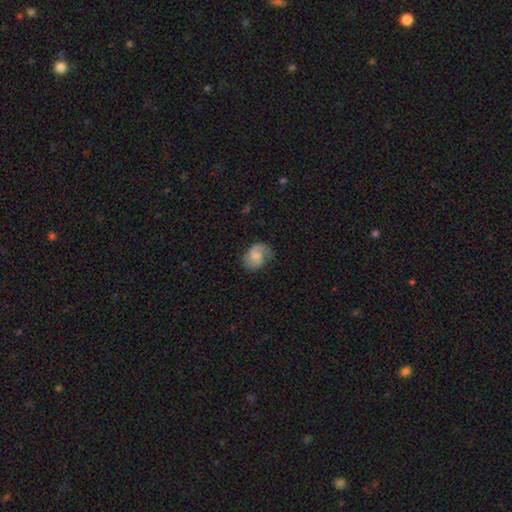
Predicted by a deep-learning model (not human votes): smooth_or_featured: featured or disk (p=0.57) [alt: smooth p=0.35]
disk_edge_on: no (p=0.98) [alt: yes p=0.02]
bar: no (p=0.50) [alt: weak p=0.43]
has_spiral_arms: yes (p=0.92) [alt: no p=0.08]
spiral_winding: medium (p=0.47) [alt: loose p=0.29]
spiral_arm_count: 2 (p=0.75) [alt: 1 p=0.14]
bulge_size: none (p=0.34) [alt: small p=0.29]
merging: none (p=0.66) [alt: minor disturbance p=0.23]